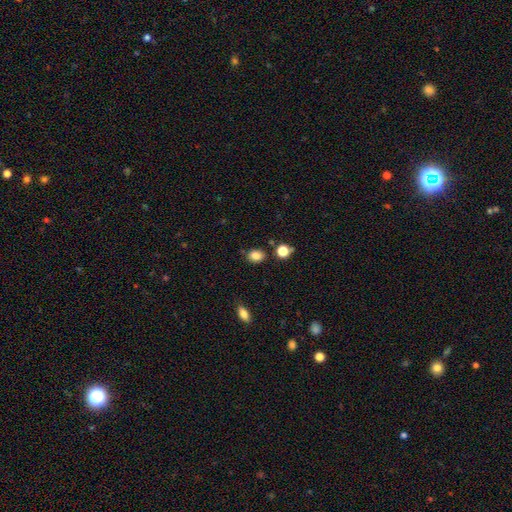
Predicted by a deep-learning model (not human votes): Smooth or featured?
  - smooth: 84% *
  - star or artifact: 11%
  - featured or disk: 5%
How rounded?
  - in between: 61% *
  - round: 38%
  - cigar-shaped: 1%
Merging?
  - none: 78% *
  - minor disturbance: 13%
  - merger: 5%
  - major disturbance: 3%